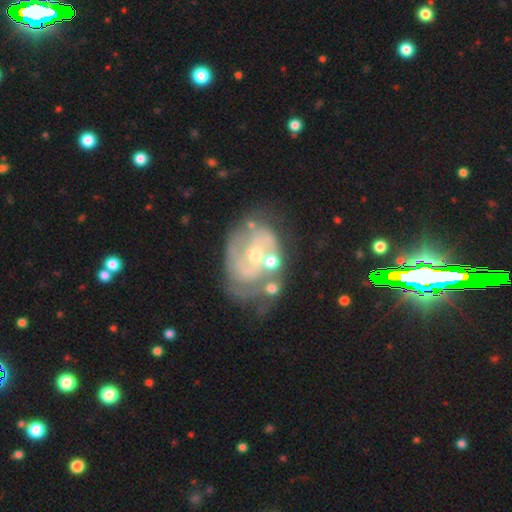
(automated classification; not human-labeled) Smooth or featured? Predicted: featured or disk (p=0.82). Edge-on disk? Predicted: no (p=0.97). Bar? Predicted: no (p=0.58). Spiral arms? Predicted: yes (p=0.85). Spiral winding? Predicted: tight (p=0.48). Spiral arm count? Predicted: 2 (p=0.49). Bulge size? Predicted: small (p=0.50). Merging? Predicted: none (p=0.50).